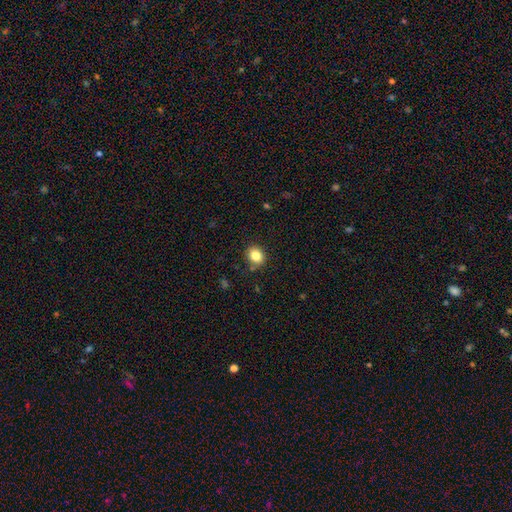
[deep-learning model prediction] Overall: smooth (84%). How rounded: round (60%; in between 39%). Merging: none (85%).